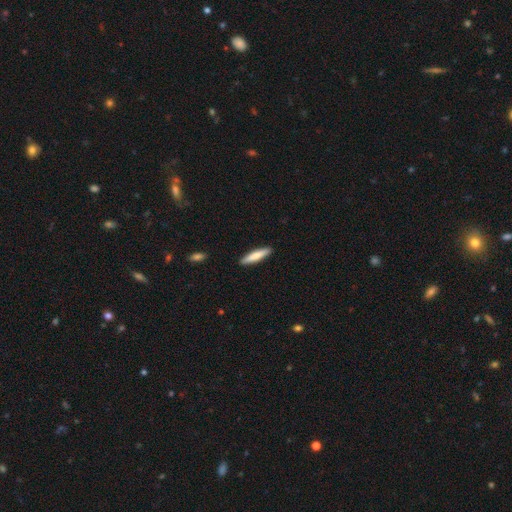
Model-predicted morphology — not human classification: Q: Smooth or featured?
A: smooth (75%); runner-up: featured or disk (20%)
Q: How rounded?
A: cigar-shaped (84%); runner-up: in between (15%)
Q: Merging?
A: none (91%); runner-up: minor disturbance (6%)